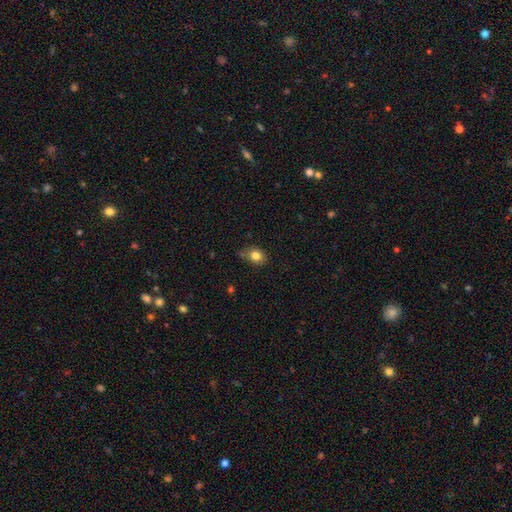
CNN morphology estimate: smooth_or_featured: smooth (p=0.82) [alt: star or artifact p=0.11]
how_rounded: round (p=0.55) [alt: in between p=0.44]
merging: none (p=0.66) [alt: minor disturbance p=0.24]